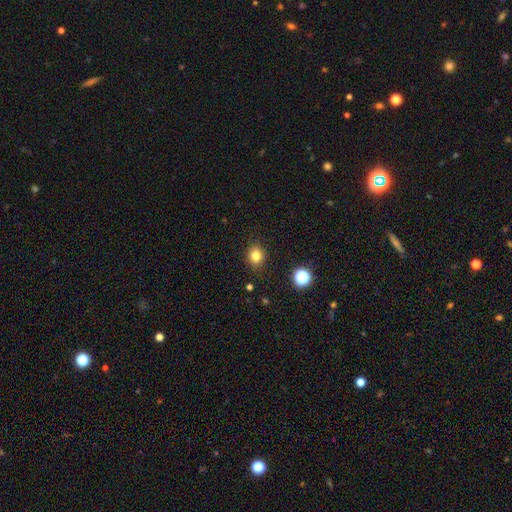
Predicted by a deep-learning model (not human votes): A smooth galaxy with no disk features (80%) that is round (74%). Merging: none (89%).